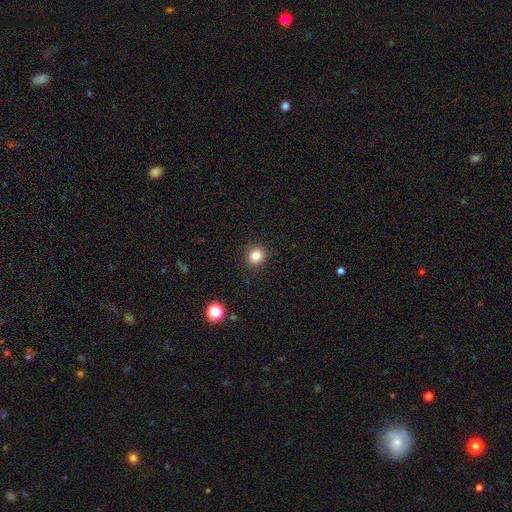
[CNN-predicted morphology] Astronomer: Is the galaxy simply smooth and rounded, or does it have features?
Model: smooth — 84%.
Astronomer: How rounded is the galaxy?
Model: round — 88%.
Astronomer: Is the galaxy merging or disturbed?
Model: none — 90%.